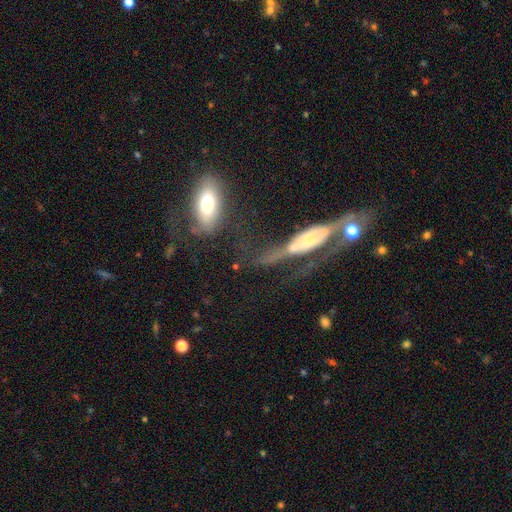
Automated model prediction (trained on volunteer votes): Morphology: type=featured or disk (64%); edge-on=no (53%); merging=none (38%).